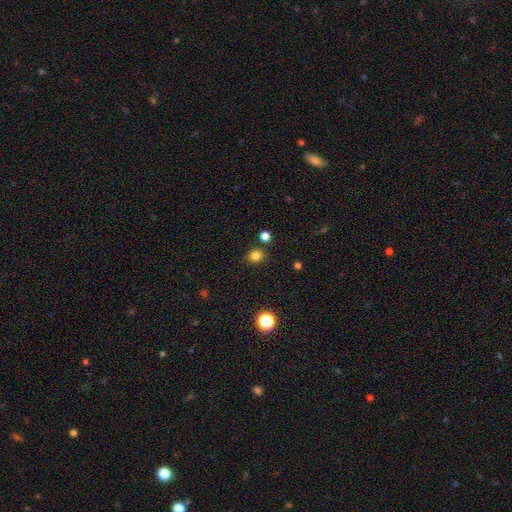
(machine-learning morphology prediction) Smooth or featured? Predicted: smooth (p=0.81). How rounded? Predicted: round (p=0.83). Merging? Predicted: none (p=0.85).